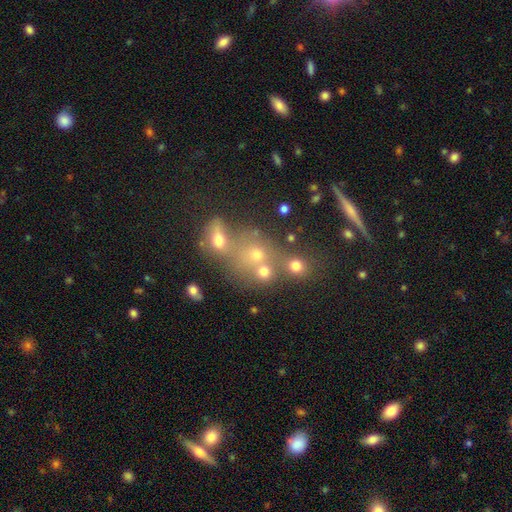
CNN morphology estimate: type=smooth (43%); merging=merger (43%).